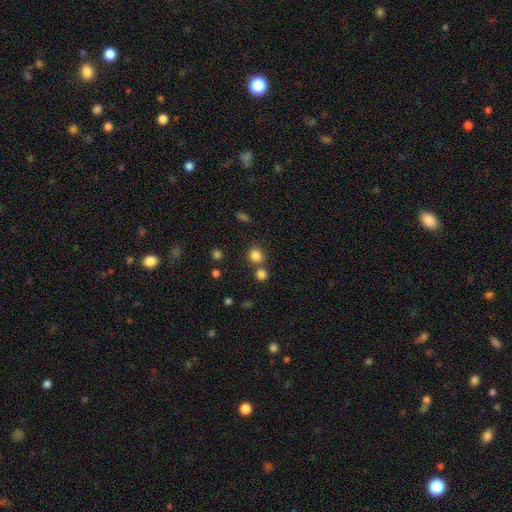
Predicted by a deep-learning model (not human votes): This is clearly a smooth galaxy (83%). How rounded: clearly round (84%). Merging: likely none (69%).